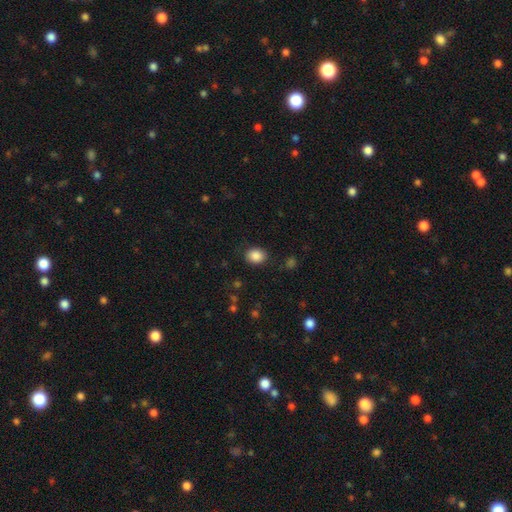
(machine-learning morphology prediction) smooth-or-featured: smooth: 88% | star or artifact: 9% | featured or disk: 4%
  how-rounded: round: 52% | in between: 48% | cigar-shaped: 1%
  merging: none: 85% | minor disturbance: 10% | major disturbance: 3% | merger: 1%